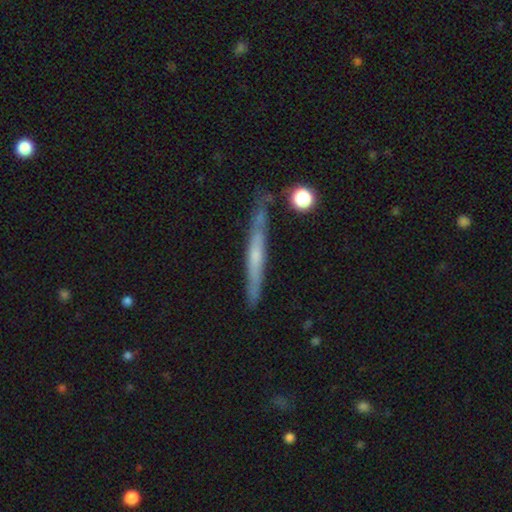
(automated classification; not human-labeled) Smooth or featured? Predicted: featured or disk (p=0.56). Edge-on disk? Predicted: yes (p=0.93). Edge-on bulge? Predicted: none (p=0.63). Merging? Predicted: none (p=0.76).